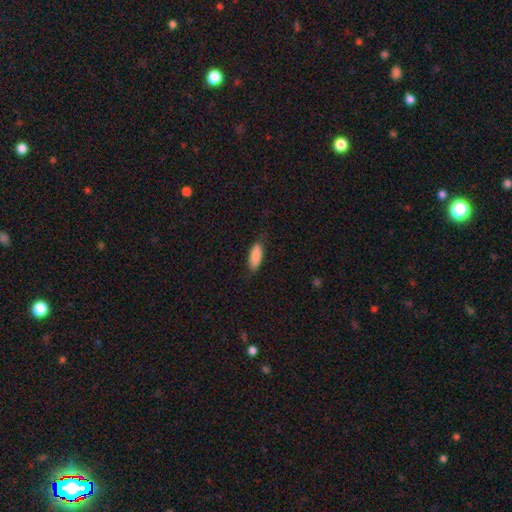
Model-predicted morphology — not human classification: This appears to be a smooth galaxy with no disk features (87%) that is in between round and cigar-shaped (75%). Merging: none (80%).